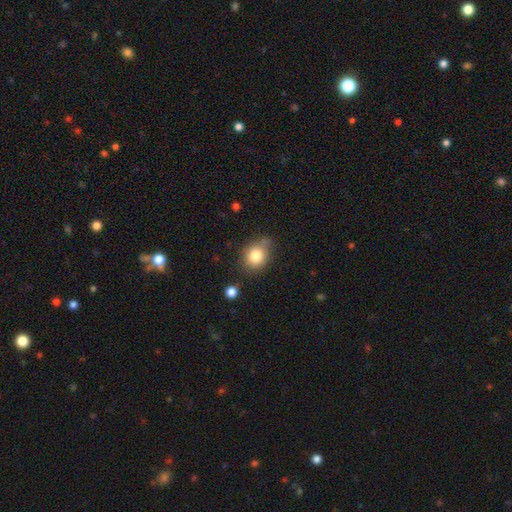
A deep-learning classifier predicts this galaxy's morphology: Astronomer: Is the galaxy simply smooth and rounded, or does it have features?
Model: smooth — 82%.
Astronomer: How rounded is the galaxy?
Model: round — 61% (runner-up: in between, 38%).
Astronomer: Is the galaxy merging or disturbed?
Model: none — 63%.